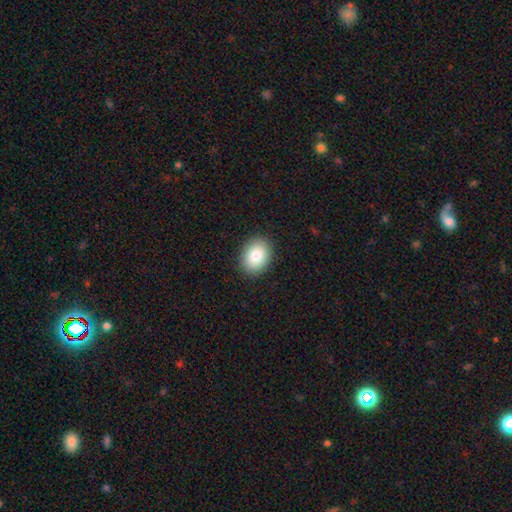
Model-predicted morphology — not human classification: Smooth or featured: smooth — 83% (featured or disk — 9%)
How rounded: in between — 65% (round — 34%)
Merging: none — 90% (minor disturbance — 7%)